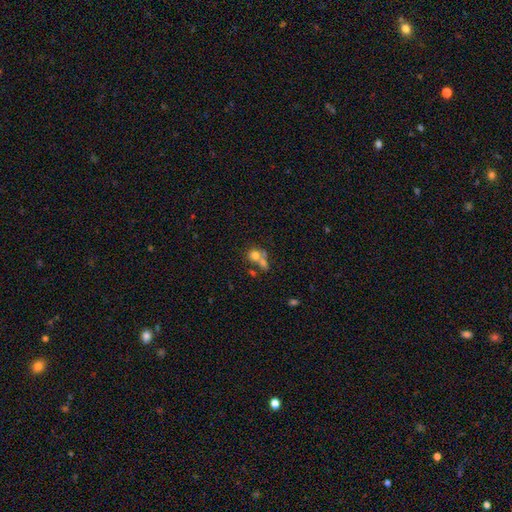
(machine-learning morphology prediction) This is likely a smooth galaxy (69%). How rounded: likely round (78%). Merging: possibly merger (52%).